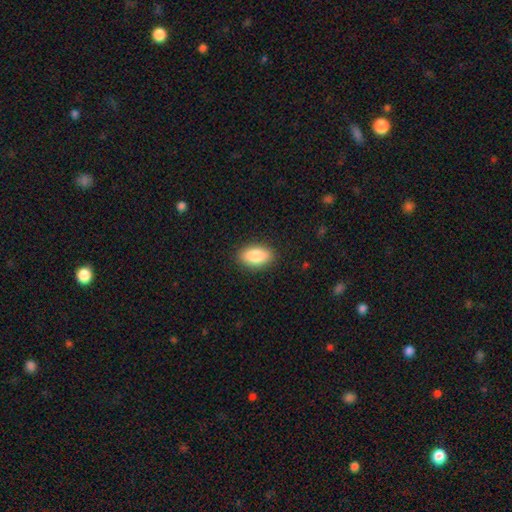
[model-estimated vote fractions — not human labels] The model was most divided on "merging": none: 89%, minor disturbance: 8%, major disturbance: 2%, merger: 1%. More confident: how rounded — in between (92%); smooth or featured — smooth (88%).